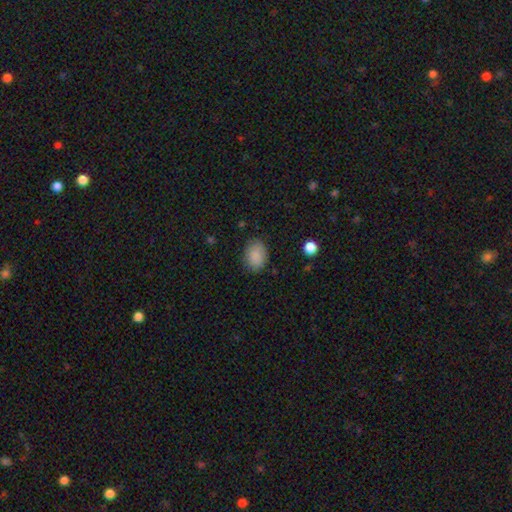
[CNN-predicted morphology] This appears to be a smooth galaxy with no disk features (87%) that is in between round and cigar-shaped (75%). Merging: none (81%).